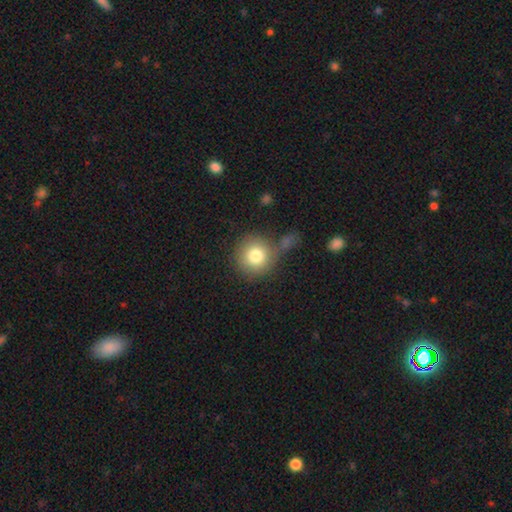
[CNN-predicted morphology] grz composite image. It shows a smooth galaxy with no disk features (80%) that is round (93%). Merging: none (61%).